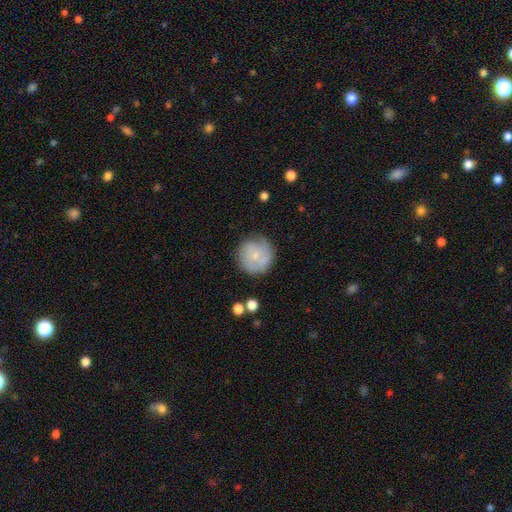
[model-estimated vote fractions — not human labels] smooth-or-featured: smooth: 57% | featured or disk: 36% | star or artifact: 7%
  how-rounded: round: 93% | in between: 6% | cigar-shaped: 1%
  merging: none: 72% | minor disturbance: 19% | major disturbance: 7% | merger: 2%